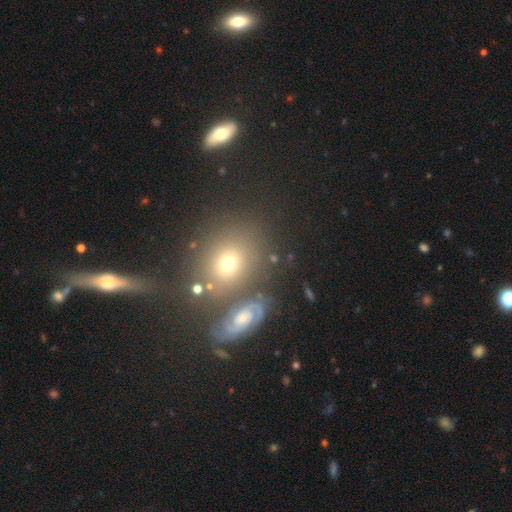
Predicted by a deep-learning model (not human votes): The model was most divided on "how rounded": round: 62%, in between: 34%, cigar-shaped: 4%. More confident: merging — none (66%); smooth or featured — smooth (55%).